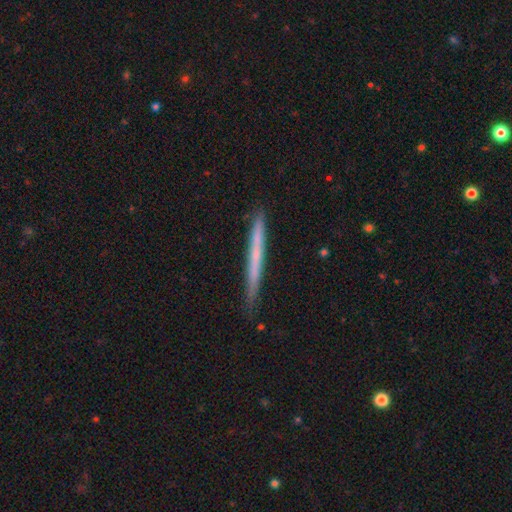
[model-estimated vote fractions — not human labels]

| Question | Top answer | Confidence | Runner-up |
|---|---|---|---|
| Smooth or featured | smooth | 52% | featured or disk (42%) |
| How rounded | cigar-shaped | 97% | in between (2%) |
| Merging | none | 85% | minor disturbance (11%) |